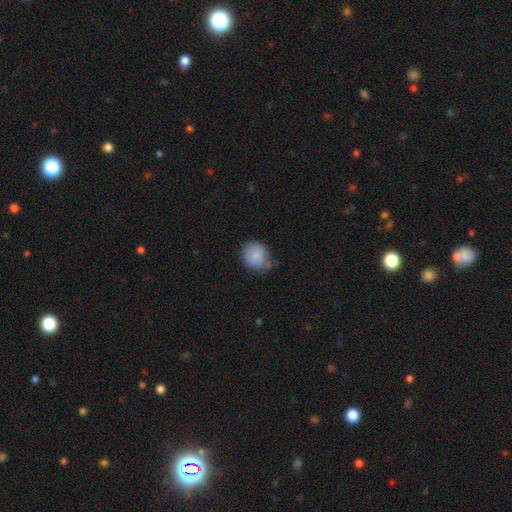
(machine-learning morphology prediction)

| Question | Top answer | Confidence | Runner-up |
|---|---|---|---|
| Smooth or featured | smooth | 86% | star or artifact (7%) |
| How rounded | round | 73% | in between (26%) |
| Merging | none | 60% | minor disturbance (30%) |